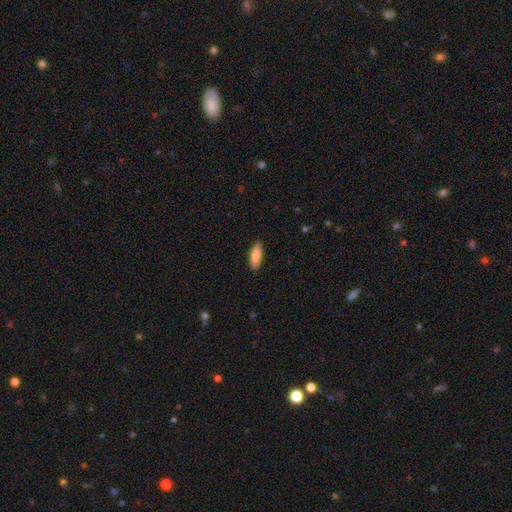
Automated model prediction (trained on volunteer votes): smooth_or_featured: smooth (p=0.87) [alt: featured or disk p=0.07]
how_rounded: in between (p=0.58) [alt: cigar-shaped p=0.40]
merging: none (p=0.88) [alt: minor disturbance p=0.09]